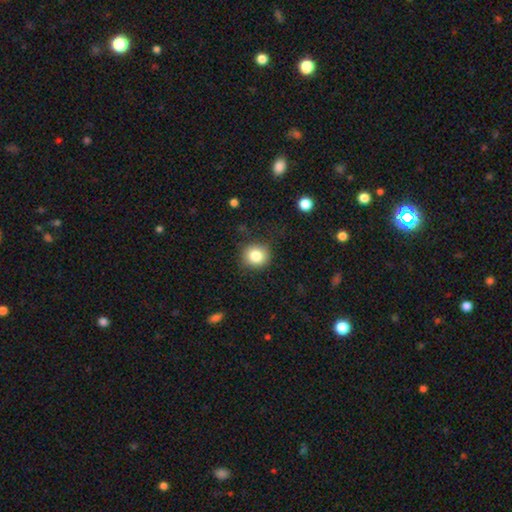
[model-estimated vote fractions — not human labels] Smooth or featured? smooth (83%)
How rounded? round (89%)
Merging? none (85%)